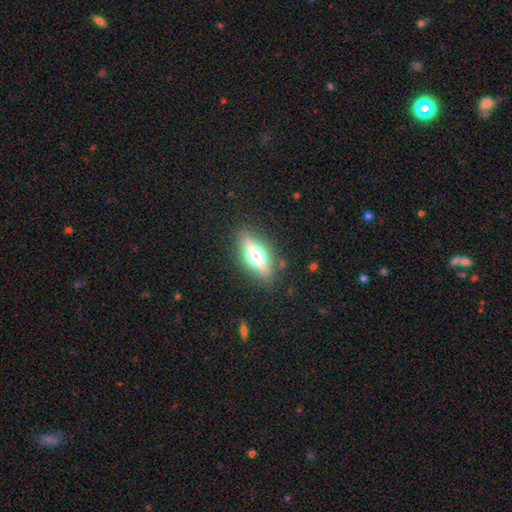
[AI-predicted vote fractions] This is likely a featured or disk galaxy (62%). It is clearly viewed edge-on (90%). Edge-on bulge: clearly rounded (94%). Merging: clearly none (86%).